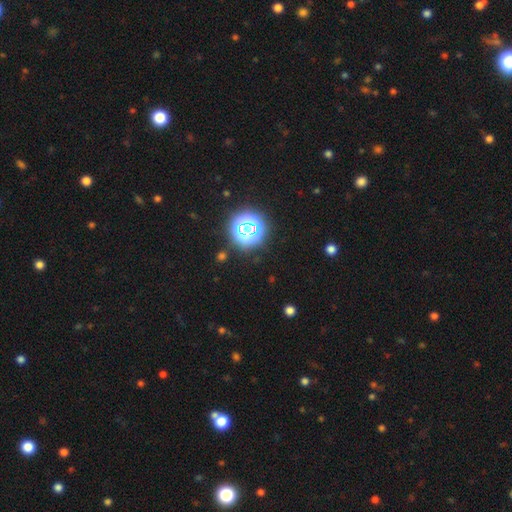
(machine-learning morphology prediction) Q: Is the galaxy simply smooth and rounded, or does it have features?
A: star or artifact — 78%.